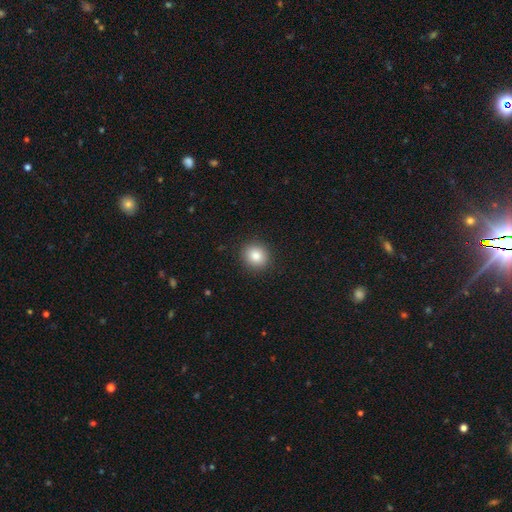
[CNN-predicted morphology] Q: Smooth or featured?
A: smooth (85%); runner-up: star or artifact (9%)
Q: How rounded?
A: round (82%); runner-up: in between (17%)
Q: Merging?
A: none (91%); runner-up: minor disturbance (6%)